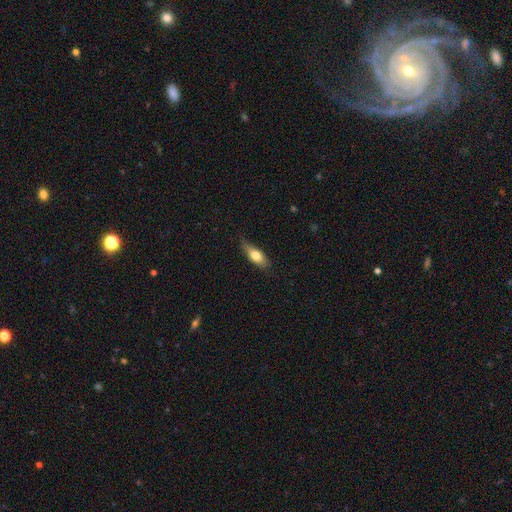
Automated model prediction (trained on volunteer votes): A smooth galaxy with no disk features (64%) that is in between round and cigar-shaped (59%). Merging: none (72%).